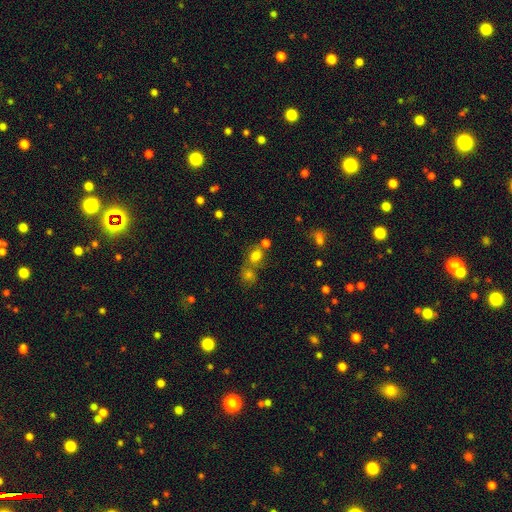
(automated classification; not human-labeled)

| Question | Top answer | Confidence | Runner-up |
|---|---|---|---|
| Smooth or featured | smooth | 71% | star or artifact (18%) |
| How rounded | round | 60% | in between (38%) |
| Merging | none | 43% | merger (42%) |